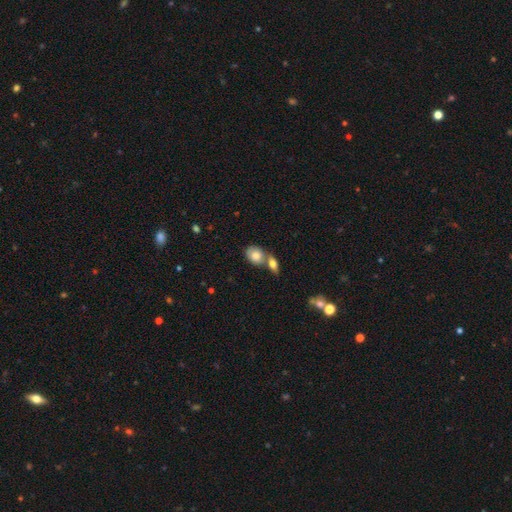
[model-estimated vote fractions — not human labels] Smooth or featured? smooth (78%)
How rounded? in between (64%)
Merging? merger (51%)